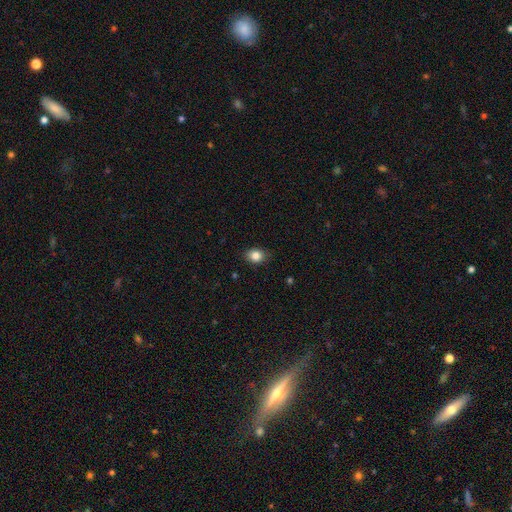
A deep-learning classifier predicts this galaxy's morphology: Smooth or featured?
  - smooth: 84% *
  - star or artifact: 10%
  - featured or disk: 6%
How rounded?
  - in between: 54% *
  - round: 45%
  - cigar-shaped: 1%
Merging?
  - none: 85% *
  - minor disturbance: 12%
  - major disturbance: 2%
  - merger: 1%